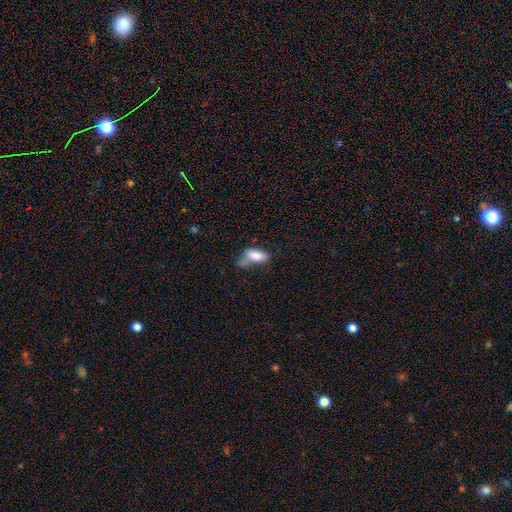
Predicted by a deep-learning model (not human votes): A smooth galaxy with no disk features (78%) that is in between round and cigar-shaped (85%). Merging: minor disturbance (30%).